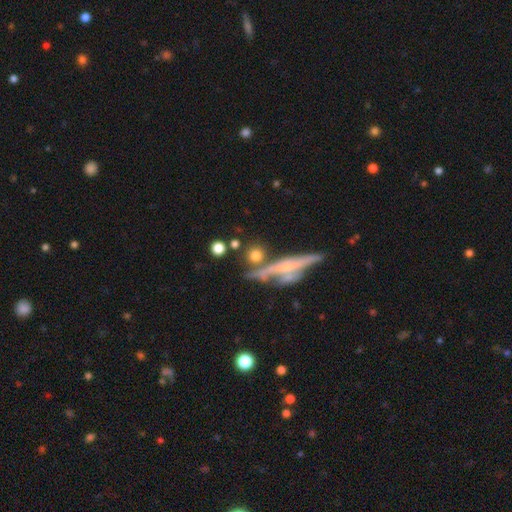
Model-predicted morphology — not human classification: Smooth or featured: smooth — 70% (featured or disk — 21%)
How rounded: round — 78% (cigar-shaped — 12%)
Merging: none — 68% (merger — 17%)